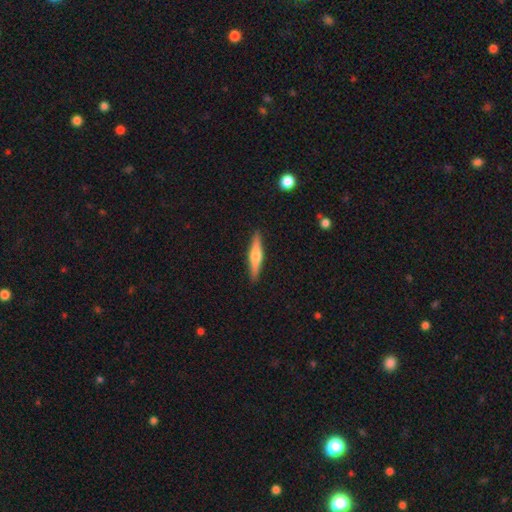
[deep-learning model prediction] A featured or disk galaxy (52%) viewed edge-on (96%) with a rounded central bulge (85%). Merging: none (91%).